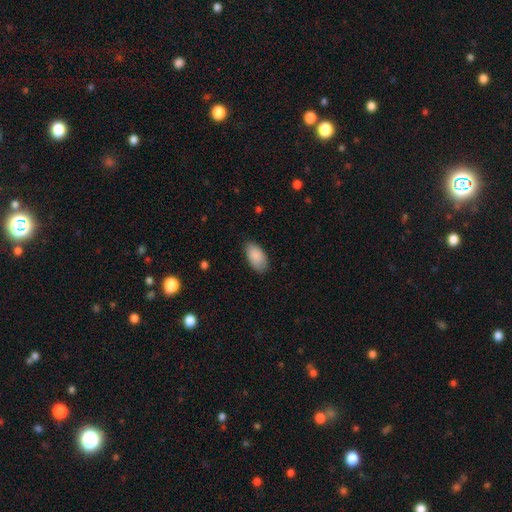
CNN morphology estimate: smooth 88%, star or artifact 6%, featured or disk 5%. Down the decision tree: how rounded — in between (95%); merging — none (82%).